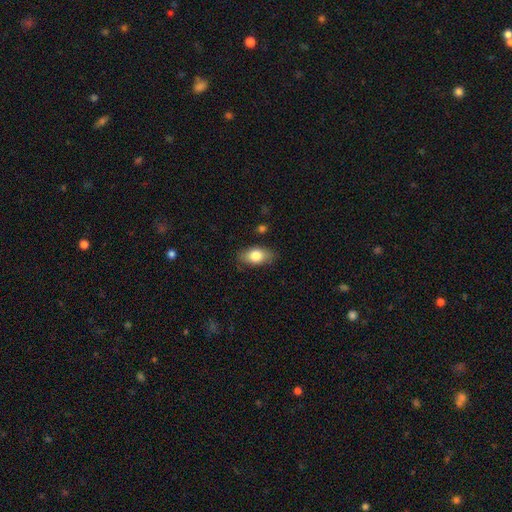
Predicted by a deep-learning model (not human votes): Smooth or featured: smooth — 79% (featured or disk — 14%)
How rounded: in between — 89% (round — 7%)
Merging: none — 83% (minor disturbance — 13%)